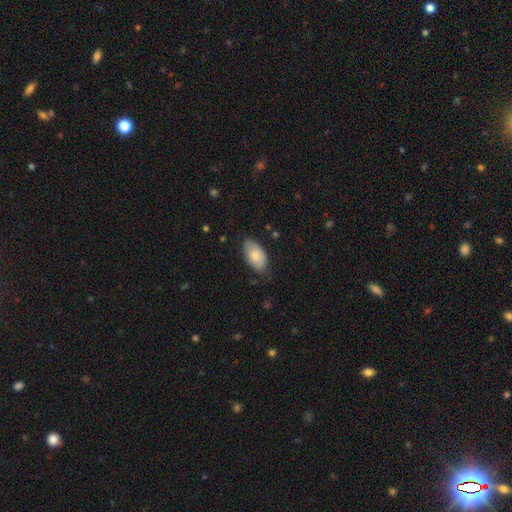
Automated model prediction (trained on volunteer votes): smooth_or_featured: smooth (p=0.79) [alt: featured or disk p=0.16]
how_rounded: in between (p=0.94) [alt: round p=0.04]
merging: none (p=0.69) [alt: minor disturbance p=0.25]